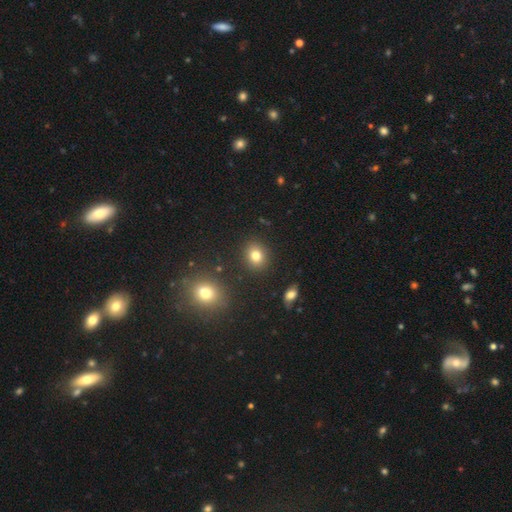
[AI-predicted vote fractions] This appears to be a smooth galaxy with no disk features (80%) that is round (66%). Merging: none (88%).